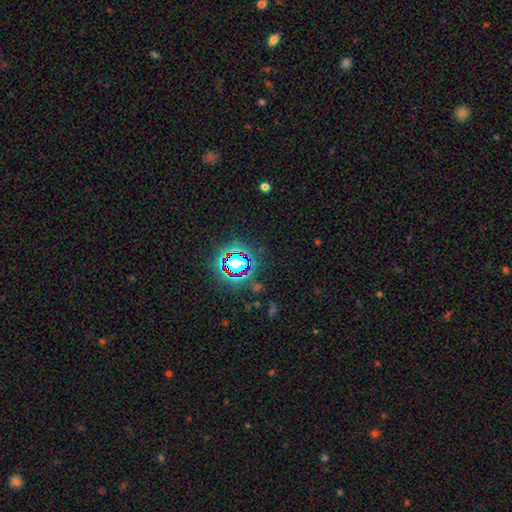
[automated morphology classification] smooth-or-featured: star or artifact: 81% | smooth: 11% | featured or disk: 8%